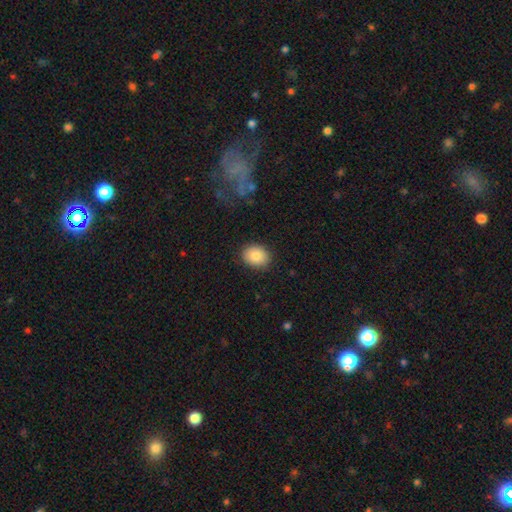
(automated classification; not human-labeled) smooth_or_featured: smooth (p=0.85) [alt: star or artifact p=0.08]
how_rounded: in between (p=0.56) [alt: round p=0.44]
merging: none (p=0.86) [alt: minor disturbance p=0.10]